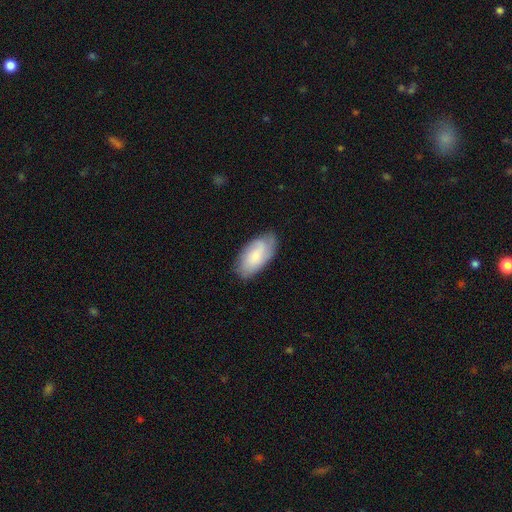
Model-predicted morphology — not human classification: smooth_or_featured: smooth (p=0.64) [alt: featured or disk p=0.30]
how_rounded: in between (p=0.94) [alt: cigar-shaped p=0.04]
merging: none (p=0.73) [alt: minor disturbance p=0.21]